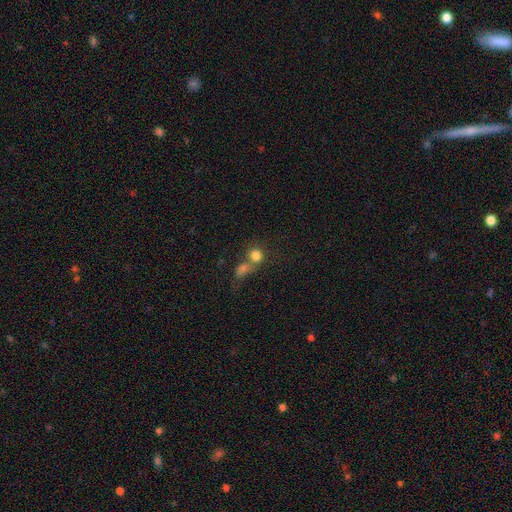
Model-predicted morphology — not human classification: The model was most divided on "merging": merger: 52%, none: 34%, minor disturbance: 8%, major disturbance: 6%. More confident: smooth or featured — smooth (78%); how rounded — round (76%).